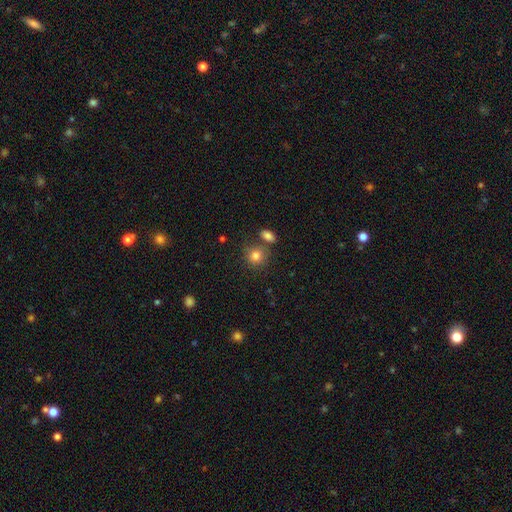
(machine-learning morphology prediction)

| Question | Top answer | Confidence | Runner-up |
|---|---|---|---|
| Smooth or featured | smooth | 82% | star or artifact (11%) |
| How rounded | round | 82% | in between (17%) |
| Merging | none | 69% | merger (15%) |